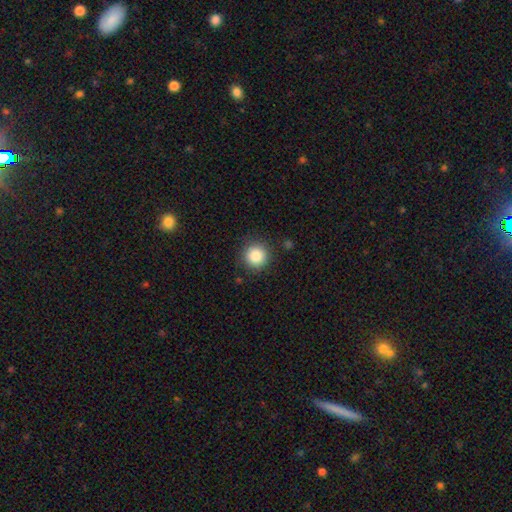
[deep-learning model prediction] This is clearly a smooth galaxy (86%). How rounded: clearly round (95%). Merging: clearly none (89%).